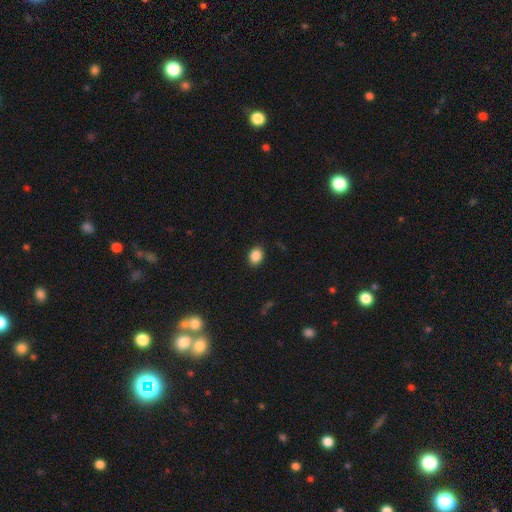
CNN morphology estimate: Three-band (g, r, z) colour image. It shows a smooth galaxy with no disk features (87%) that is in between round and cigar-shaped (66%). Merging: none (88%).